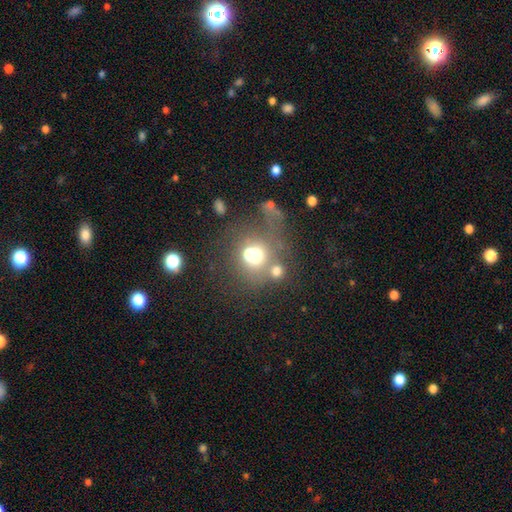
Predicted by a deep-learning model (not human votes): Smooth or featured: smooth — 56% (featured or disk — 25%)
How rounded: round — 78% (in between — 20%)
Merging: merger — 45% (none — 32%)